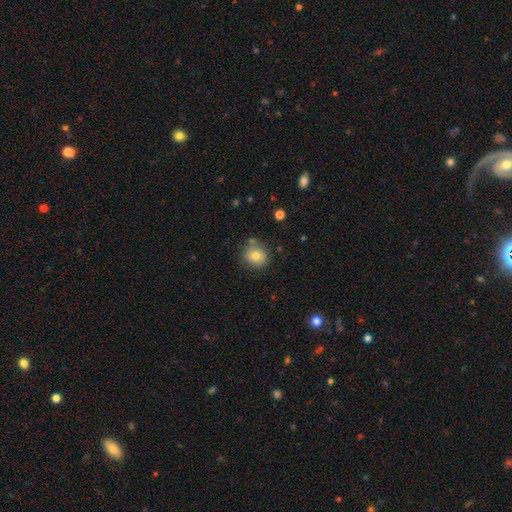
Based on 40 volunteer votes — Overall: smooth (80%). How rounded: round (69%; in between 31%). Merging: none (75%).